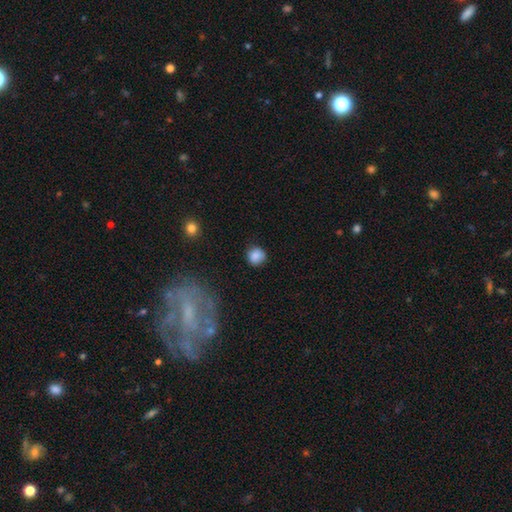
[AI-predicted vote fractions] smooth_or_featured: smooth (p=0.85) [alt: star or artifact p=0.10]
how_rounded: round (p=0.88) [alt: in between p=0.11]
merging: none (p=0.80) [alt: minor disturbance p=0.15]